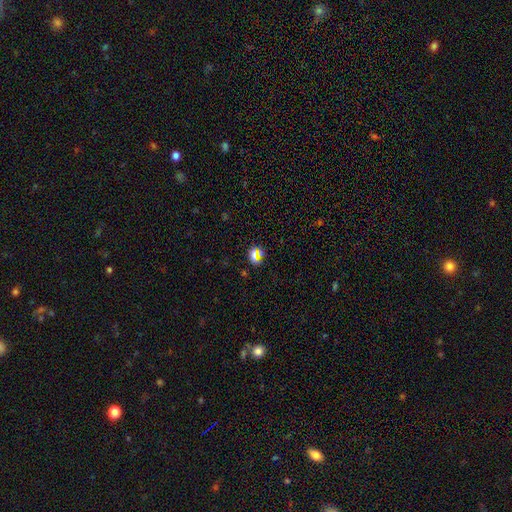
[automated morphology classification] smooth-or-featured: smooth: 53% | star or artifact: 35% | featured or disk: 11%
  how-rounded: round: 63% | in between: 33% | cigar-shaped: 4%
  merging: none: 73% | minor disturbance: 13% | major disturbance: 8% | merger: 7%